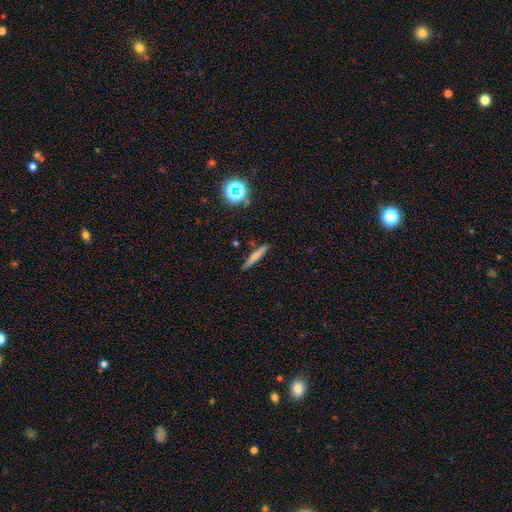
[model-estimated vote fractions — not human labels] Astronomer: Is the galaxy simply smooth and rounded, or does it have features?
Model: smooth — 68%.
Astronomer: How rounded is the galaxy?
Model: cigar-shaped — 92%.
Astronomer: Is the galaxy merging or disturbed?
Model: none — 88%.